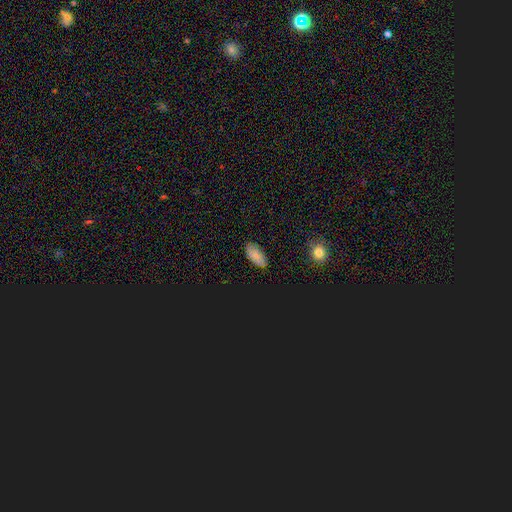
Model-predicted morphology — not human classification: smooth_or_featured: smooth (p=0.70) [alt: star or artifact p=0.17]
how_rounded: in between (p=0.92) [alt: cigar-shaped p=0.05]
merging: none (p=0.85) [alt: minor disturbance p=0.12]